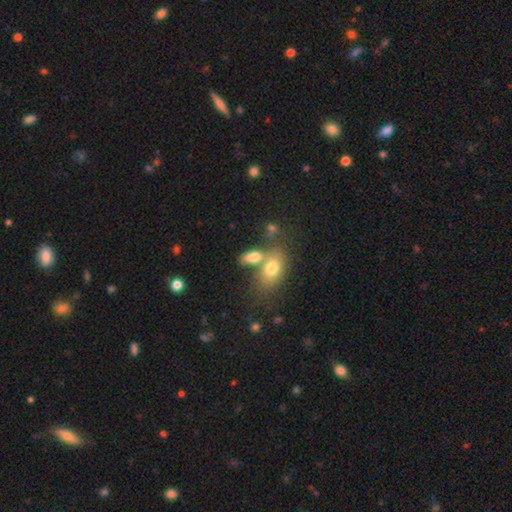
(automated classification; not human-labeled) Smooth or featured? smooth (76%)
How rounded? in between (85%)
Merging? merger (44%)